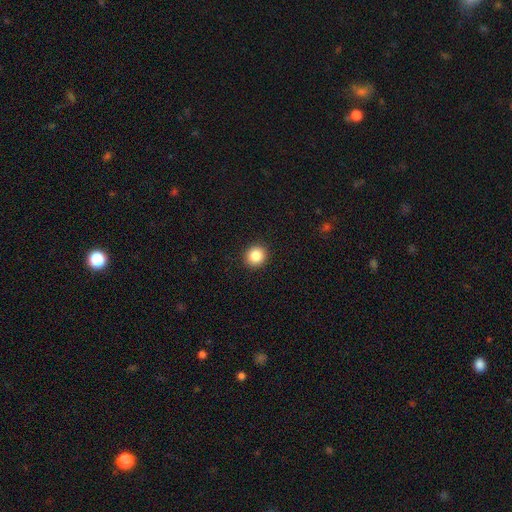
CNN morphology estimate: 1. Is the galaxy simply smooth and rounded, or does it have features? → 86% smooth, 10% star or artifact, 4% featured or disk.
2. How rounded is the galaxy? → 90% round, 10% in between, 1% cigar-shaped.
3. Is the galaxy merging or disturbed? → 92% none, 5% minor disturbance, 2% major disturbance, 1% merger.